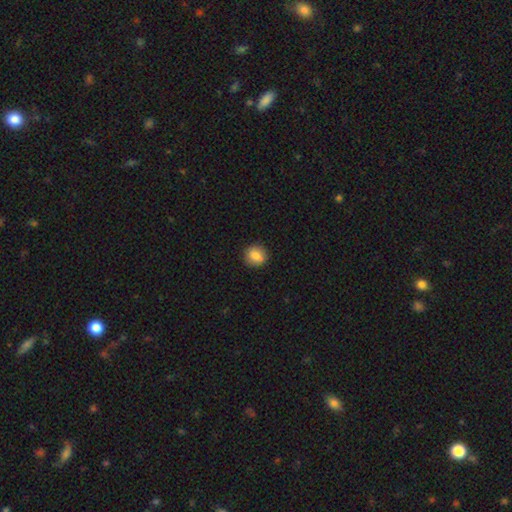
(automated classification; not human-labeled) Smooth or featured?
  - smooth: 83% *
  - star or artifact: 9%
  - featured or disk: 9%
How rounded?
  - round: 86% *
  - in between: 13%
  - cigar-shaped: 1%
Merging?
  - none: 89% *
  - minor disturbance: 8%
  - major disturbance: 2%
  - merger: 1%